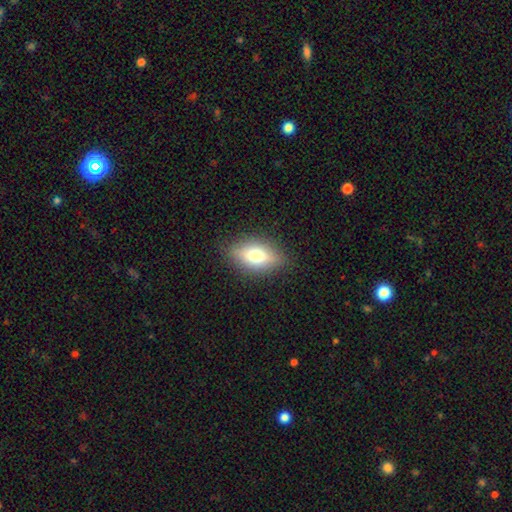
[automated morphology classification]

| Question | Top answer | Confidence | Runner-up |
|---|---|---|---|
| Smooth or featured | smooth | 68% | featured or disk (23%) |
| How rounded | in between | 83% | cigar-shaped (9%) |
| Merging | none | 85% | minor disturbance (11%) |